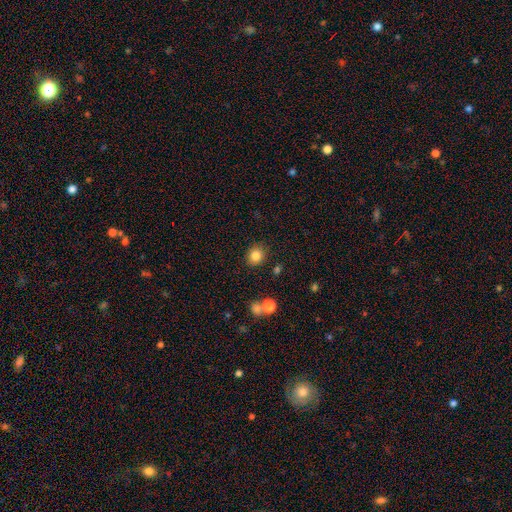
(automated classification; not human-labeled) This appears to be a smooth galaxy with no disk features (83%) that is round (80%). Merging: none (87%).